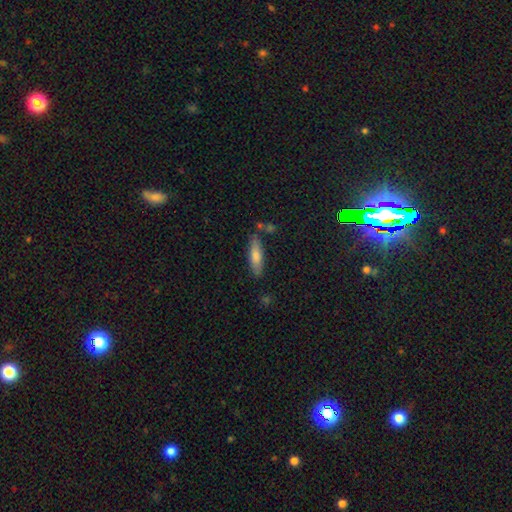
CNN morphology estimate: A smooth galaxy with no disk features (57%) that is cigar-shaped (64%).

Vote fractions:
- Smooth or featured? smooth: 57% / featured or disk: 27% / star or artifact: 16%
- How rounded? cigar-shaped: 64% / in between: 34% / round: 3%
- Merging? none: 77% / minor disturbance: 14% / merger: 6% / major disturbance: 3%